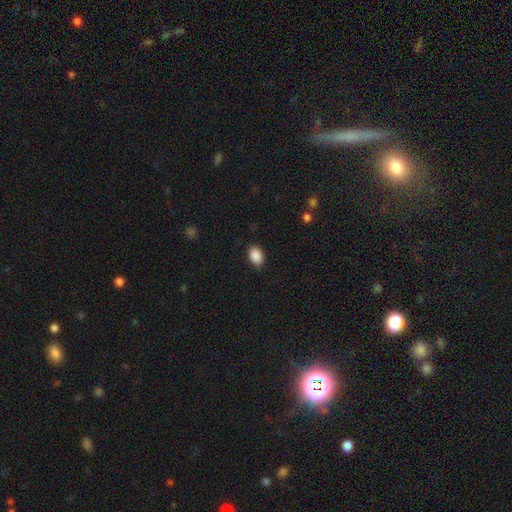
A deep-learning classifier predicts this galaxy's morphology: smooth-or-featured: smooth: 89% | star or artifact: 8% | featured or disk: 3%
  how-rounded: in between: 81% | round: 18% | cigar-shaped: 1%
  merging: none: 85% | minor disturbance: 11% | major disturbance: 2% | merger: 1%